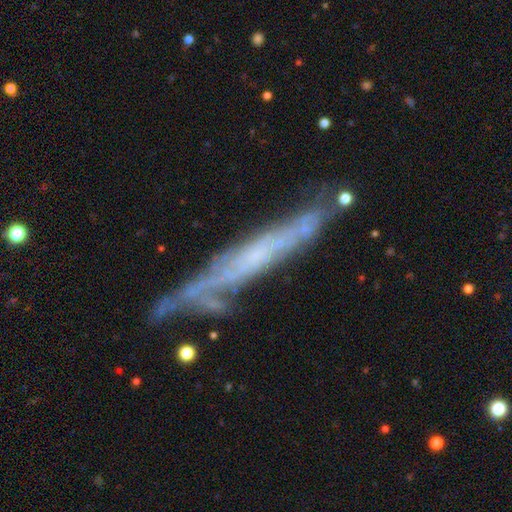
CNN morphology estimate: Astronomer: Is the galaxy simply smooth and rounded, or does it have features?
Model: featured or disk — 71%.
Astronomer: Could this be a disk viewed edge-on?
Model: yes — 74%.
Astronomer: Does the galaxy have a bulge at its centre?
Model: none — 75%.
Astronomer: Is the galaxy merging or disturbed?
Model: none — 66%.